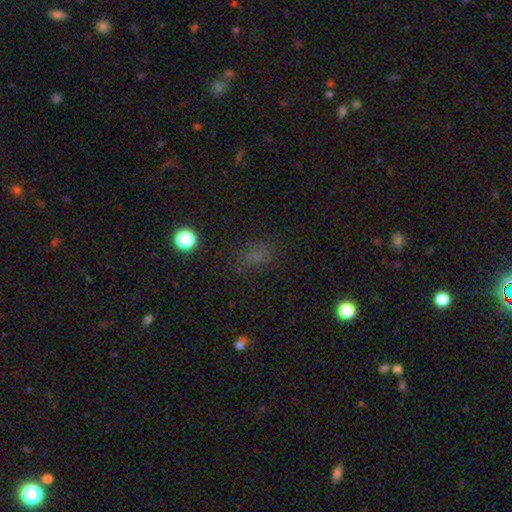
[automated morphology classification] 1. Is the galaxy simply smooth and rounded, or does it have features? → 65% smooth, 27% star or artifact, 8% featured or disk.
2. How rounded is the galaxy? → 72% in between, 23% round, 5% cigar-shaped.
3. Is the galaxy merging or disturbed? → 77% none, 15% minor disturbance, 6% major disturbance, 2% merger.